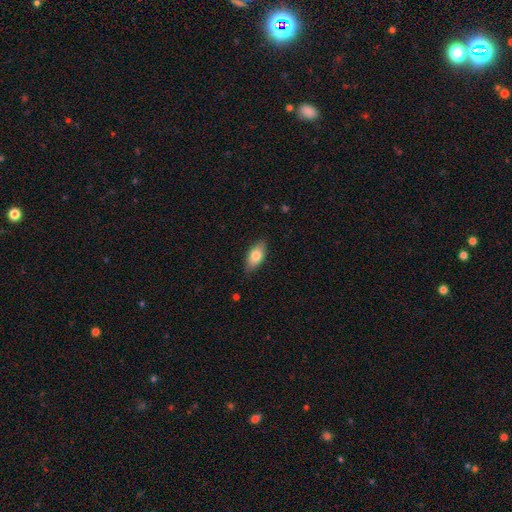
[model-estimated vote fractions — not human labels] smooth-or-featured: smooth: 77% | featured or disk: 17% | star or artifact: 6%
  how-rounded: in between: 86% | cigar-shaped: 11% | round: 3%
  merging: none: 84% | minor disturbance: 12% | major disturbance: 2% | merger: 1%